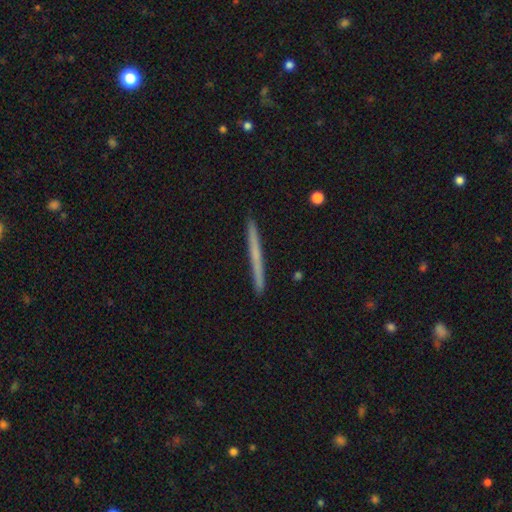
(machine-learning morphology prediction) smooth_or_featured: smooth (p=0.48) [alt: featured or disk p=0.46]
merging: none (p=0.93) [alt: minor disturbance p=0.05]